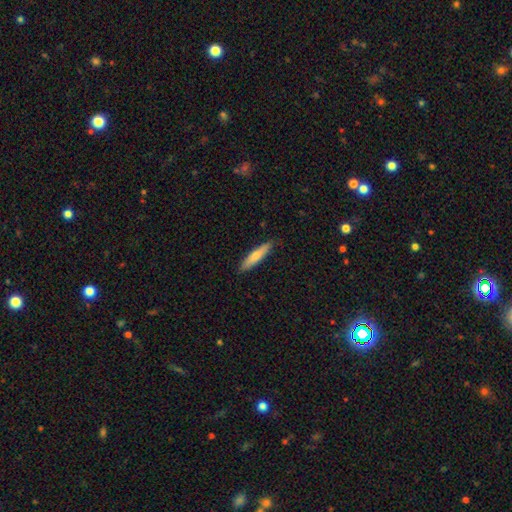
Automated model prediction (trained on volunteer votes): A smooth galaxy with no disk features (73%) that is cigar-shaped (84%).

Vote fractions:
- Smooth or featured? smooth: 73% / featured or disk: 22% / star or artifact: 5%
- How rounded? cigar-shaped: 84% / in between: 14% / round: 1%
- Merging? none: 88% / minor disturbance: 9% / major disturbance: 2% / merger: 1%